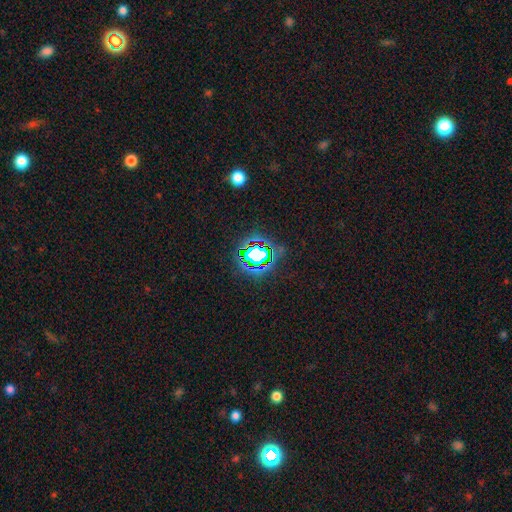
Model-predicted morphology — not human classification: type=star or artifact (63%).